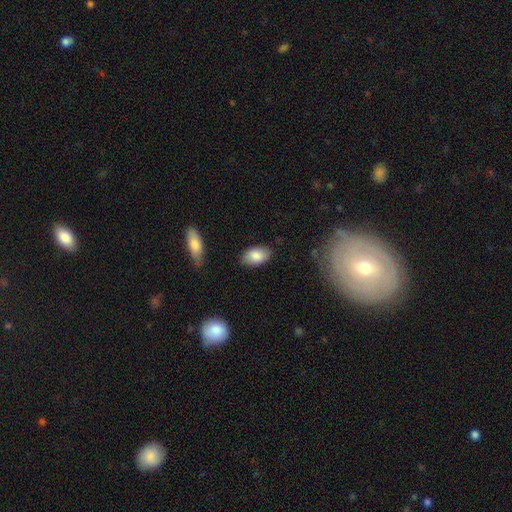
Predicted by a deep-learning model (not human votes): Smooth or featured?
  - smooth: 86% *
  - featured or disk: 8%
  - star or artifact: 6%
How rounded?
  - in between: 93% *
  - round: 5%
  - cigar-shaped: 2%
Merging?
  - none: 84% *
  - minor disturbance: 12%
  - major disturbance: 2%
  - merger: 2%